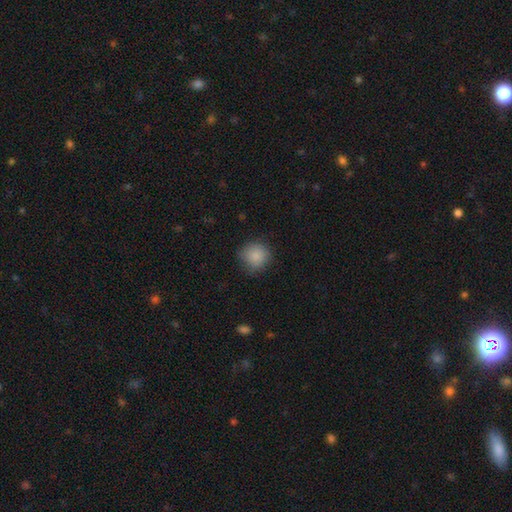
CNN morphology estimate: A smooth galaxy with no disk features (86%) that is round (91%). Merging: none (78%).